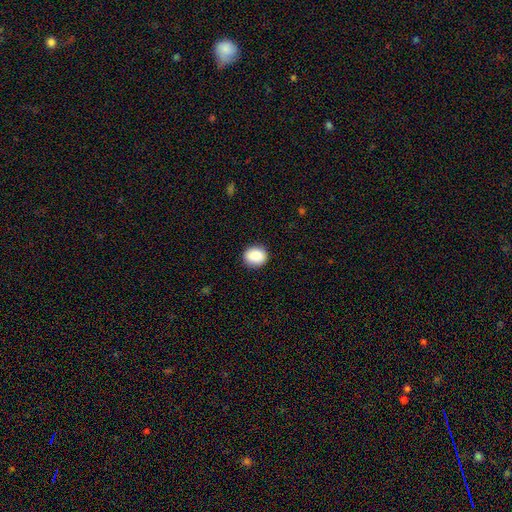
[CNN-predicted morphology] Smooth or featured? smooth (88%)
How rounded? round (68%)
Merging? none (87%)